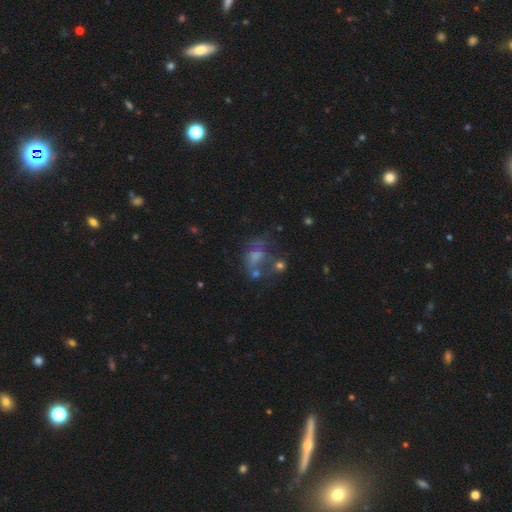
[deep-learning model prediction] Smooth or featured? smooth (43%)
Merging? major disturbance (32%)